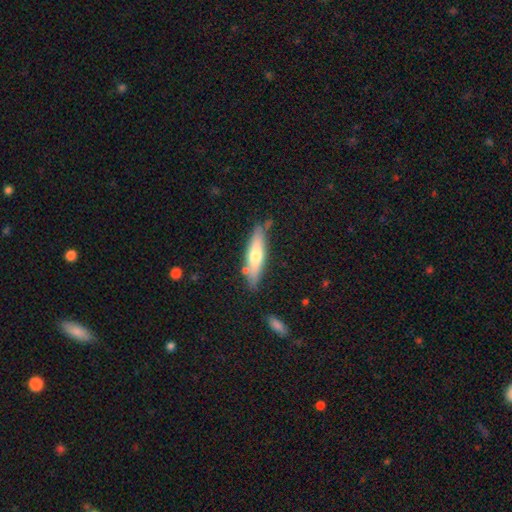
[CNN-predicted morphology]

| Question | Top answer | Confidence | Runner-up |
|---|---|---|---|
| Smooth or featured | smooth | 55% | featured or disk (39%) |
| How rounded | cigar-shaped | 68% | in between (30%) |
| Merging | none | 75% | minor disturbance (15%) |